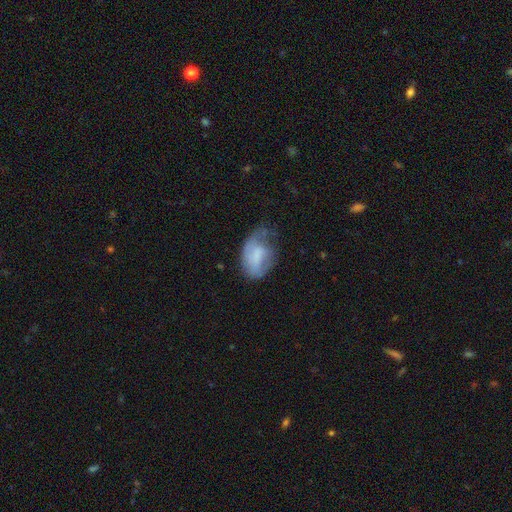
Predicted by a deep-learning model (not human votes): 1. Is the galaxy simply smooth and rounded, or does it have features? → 52% smooth, 40% featured or disk, 8% star or artifact.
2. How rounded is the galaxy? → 85% in between, 13% round, 2% cigar-shaped.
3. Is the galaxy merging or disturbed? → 36% minor disturbance, 33% none, 29% major disturbance, 2% merger.